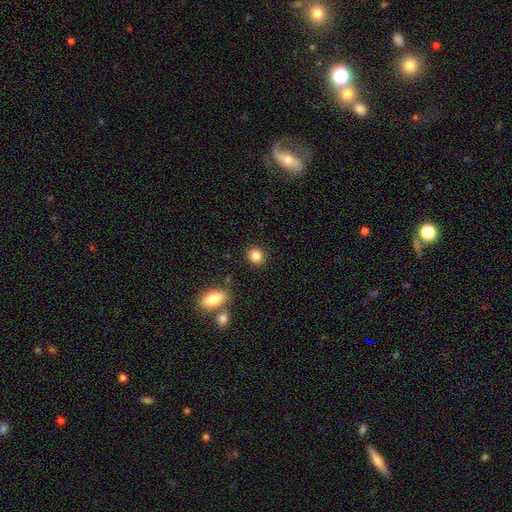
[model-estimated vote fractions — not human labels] Smooth or featured: smooth — 86% (star or artifact — 9%)
How rounded: round — 66% (in between — 33%)
Merging: none — 87% (minor disturbance — 8%)